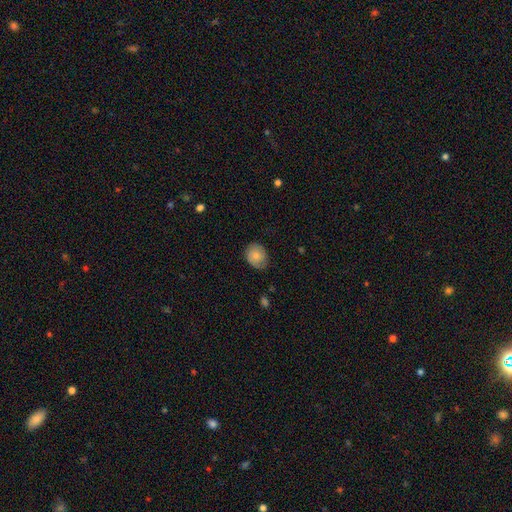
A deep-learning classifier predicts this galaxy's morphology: This is likely a smooth galaxy (74%). How rounded: possibly round (54%). Merging: likely none (70%).